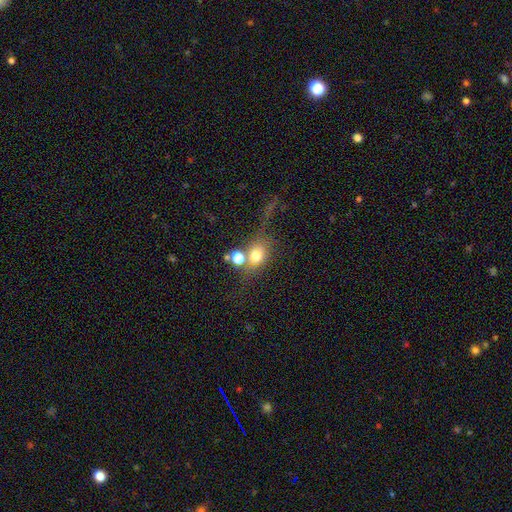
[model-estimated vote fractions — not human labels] This appears to be a smooth galaxy with no disk features (67%) that is round (55%). Merging: none (40%).